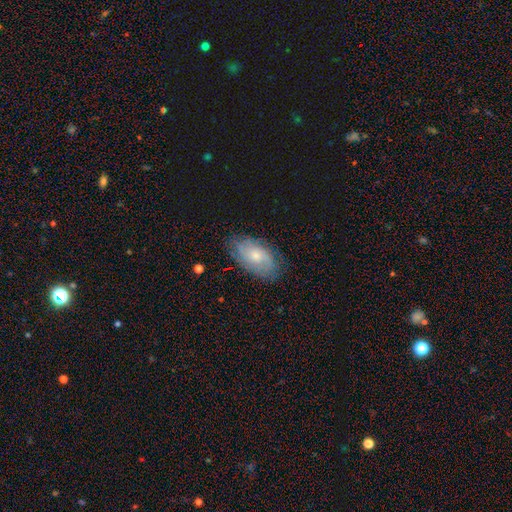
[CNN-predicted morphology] Overall: featured or disk (57%; smooth 36%). Edge-on disk: no (94%). Bar: no (76%). Spiral arms: yes (82%). Bulge size: moderate (51%; small 40%). Merging: none (74%).